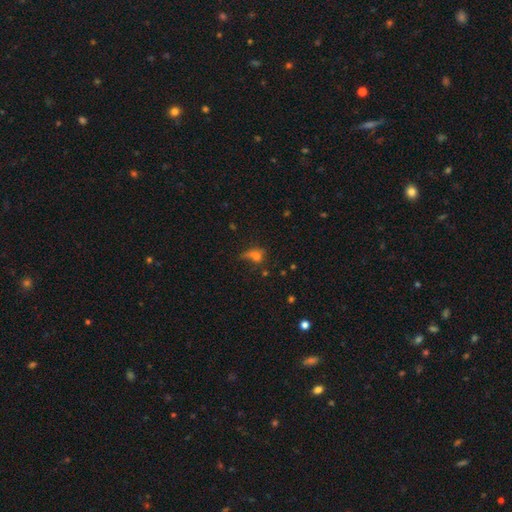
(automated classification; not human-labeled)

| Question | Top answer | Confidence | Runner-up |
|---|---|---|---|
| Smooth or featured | smooth | 58% | star or artifact (22%) |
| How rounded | in between | 49% | round (42%) |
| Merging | none | 36% | major disturbance (32%) |